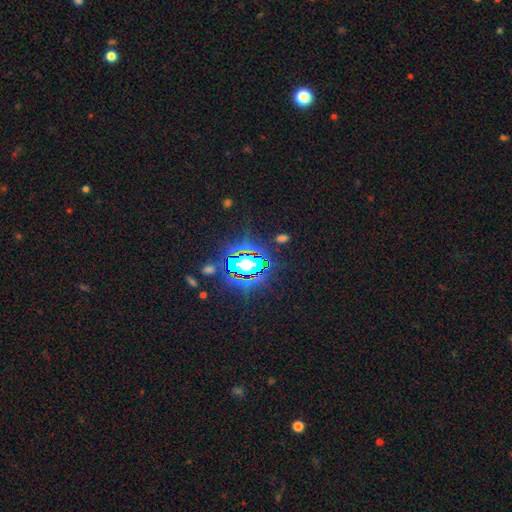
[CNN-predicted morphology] Smooth or featured? Predicted: star or artifact (p=0.85).